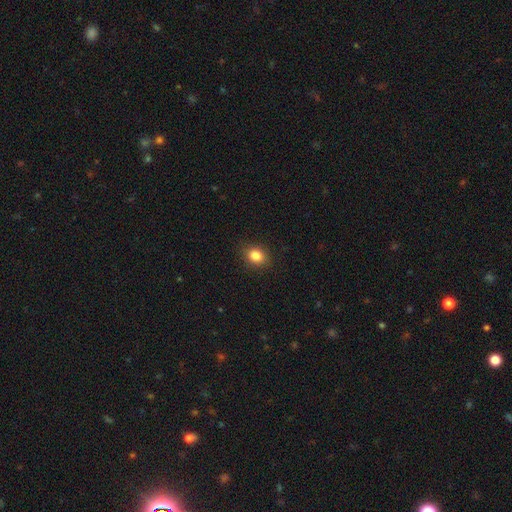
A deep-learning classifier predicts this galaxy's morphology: smooth_or_featured: smooth (p=0.84) [alt: star or artifact p=0.10]
how_rounded: in between (p=0.56) [alt: round p=0.43]
merging: none (p=0.88) [alt: minor disturbance p=0.09]